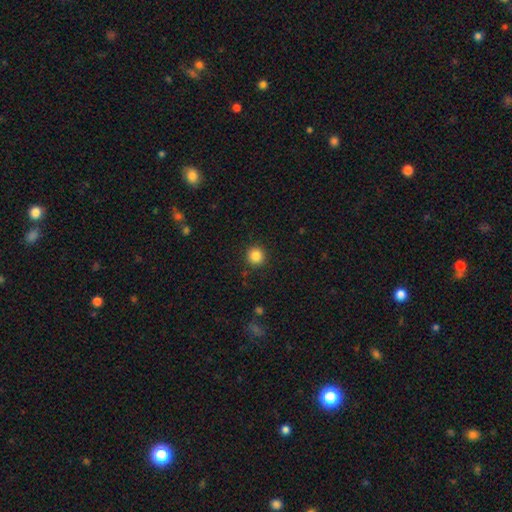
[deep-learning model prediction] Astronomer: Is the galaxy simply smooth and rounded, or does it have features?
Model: smooth — 85%.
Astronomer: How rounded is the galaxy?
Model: round — 94%.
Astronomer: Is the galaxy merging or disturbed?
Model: none — 91%.